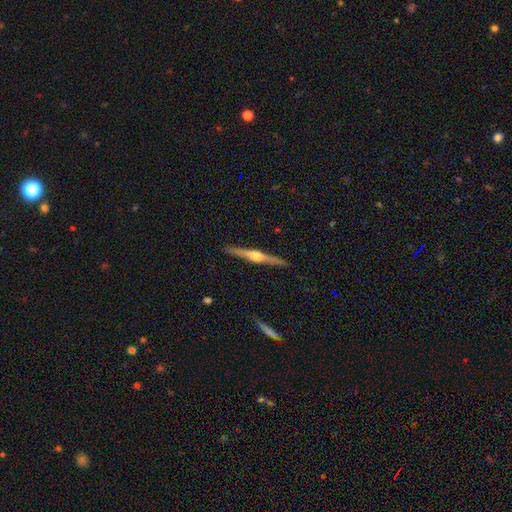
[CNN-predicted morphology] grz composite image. It shows a featured or disk galaxy (77%) viewed edge-on (98%) with a rounded central bulge (91%). Merging: none (91%).